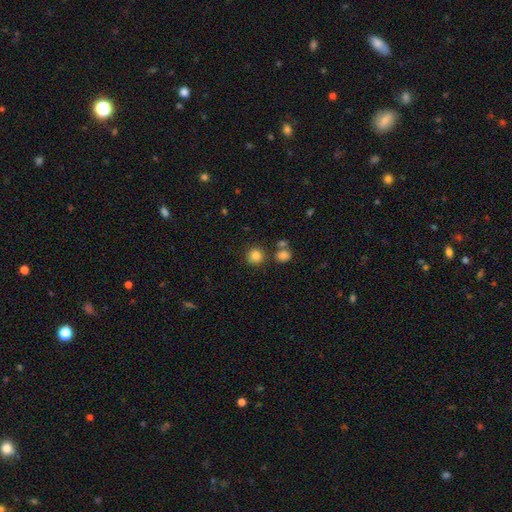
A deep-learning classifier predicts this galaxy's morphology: A smooth galaxy with no disk features (84%) that is round (91%). Merging: none (81%).